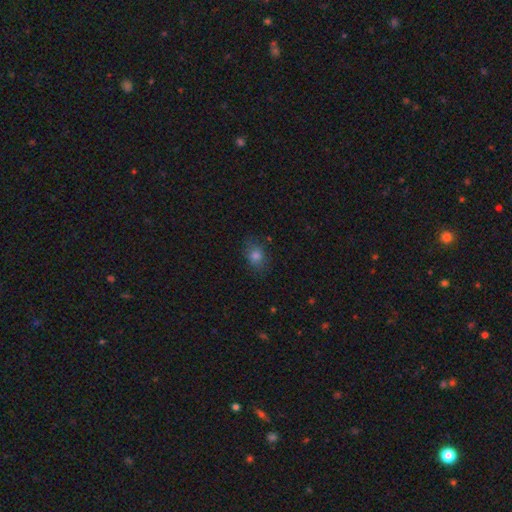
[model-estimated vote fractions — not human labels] This is likely a smooth galaxy (77%). How rounded: likely in between (64%). Merging: likely none (79%).